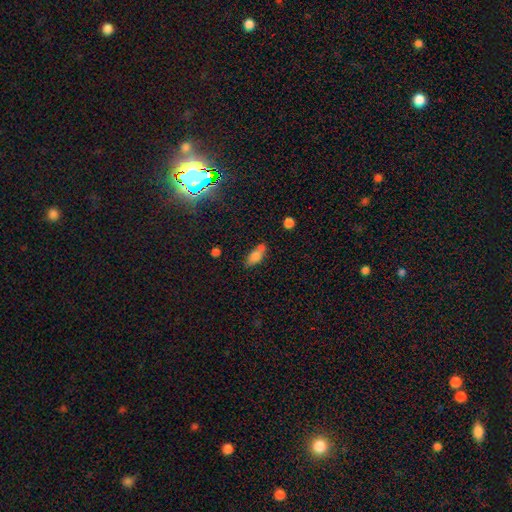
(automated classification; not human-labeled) Smooth or featured? Predicted: smooth (p=0.74). How rounded? Predicted: in between (p=0.79). Merging? Predicted: none (p=0.43).